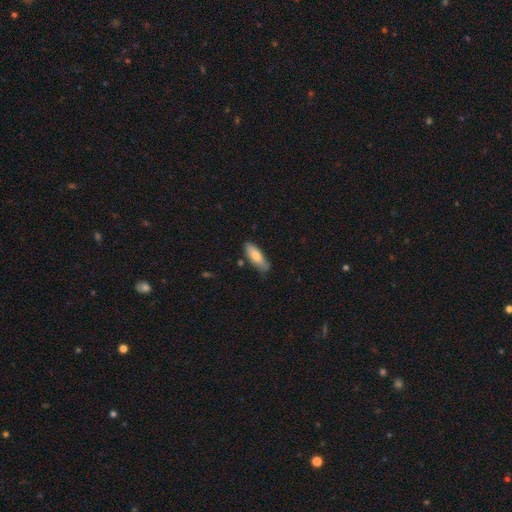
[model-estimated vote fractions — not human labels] This appears to be a smooth galaxy with no disk features (78%) that is in between round and cigar-shaped (65%). Merging: none (74%).